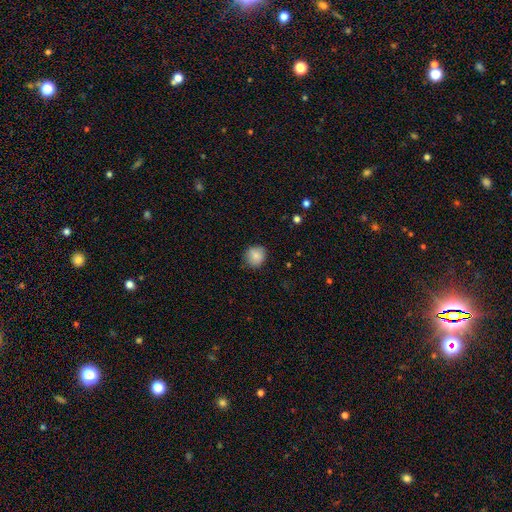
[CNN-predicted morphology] smooth-or-featured: smooth: 85% | star or artifact: 9% | featured or disk: 6%
  how-rounded: round: 86% | in between: 13% | cigar-shaped: 1%
  merging: none: 84% | minor disturbance: 12% | major disturbance: 3% | merger: 1%